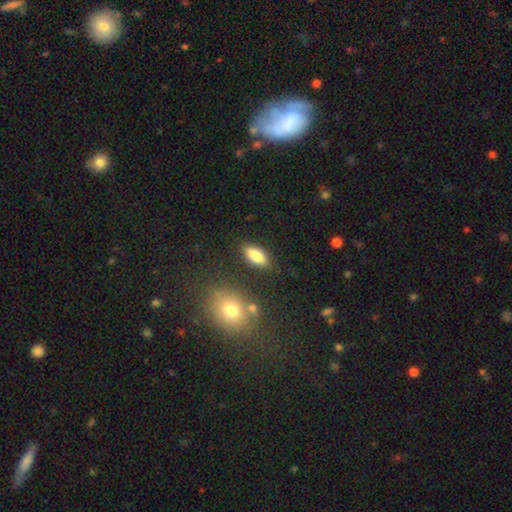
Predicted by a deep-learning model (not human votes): The model was most divided on "how rounded": in between: 85%, cigar-shaped: 12%, round: 3%. More confident: merging — none (85%); smooth or featured — smooth (84%).